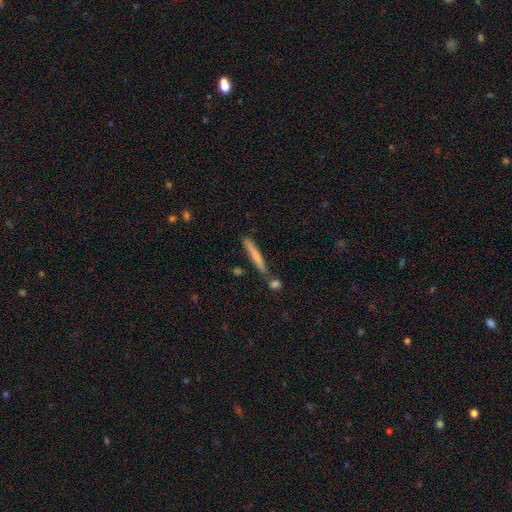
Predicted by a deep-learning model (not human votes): This is likely a smooth galaxy (68%). How rounded: clearly cigar-shaped (95%). Merging: likely none (74%).